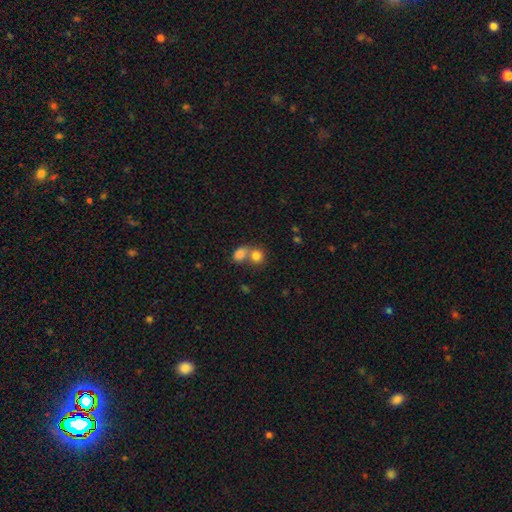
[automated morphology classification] Smooth or featured? Predicted: smooth (p=0.80). How rounded? Predicted: round (p=0.67). Merging? Predicted: merger (p=0.58).